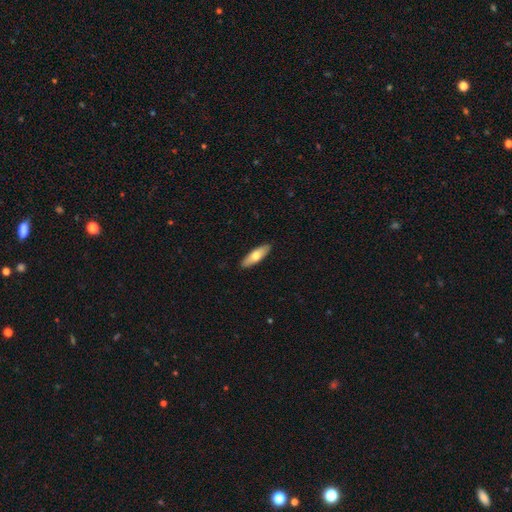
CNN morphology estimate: Overall: smooth (69%). How rounded: in between (51%; cigar-shaped 47%). Merging: none (90%).